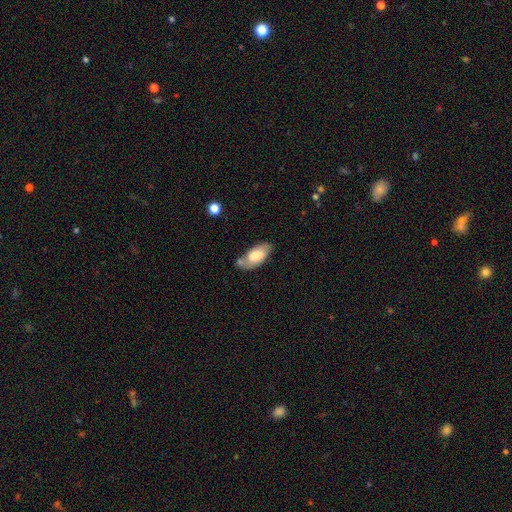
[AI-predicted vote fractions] A smooth galaxy with no disk features (65%) that is in between round and cigar-shaped (89%).

Vote fractions:
- Smooth or featured? smooth: 65% / featured or disk: 28% / star or artifact: 7%
- How rounded? in between: 89% / cigar-shaped: 8% / round: 2%
- Merging? none: 53% / minor disturbance: 25% / merger: 15% / major disturbance: 7%